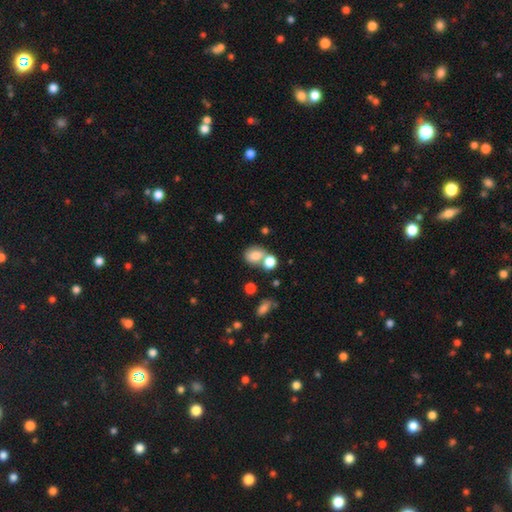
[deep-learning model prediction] smooth_or_featured: smooth (p=0.79) [alt: featured or disk p=0.11]
how_rounded: in between (p=0.53) [alt: round p=0.45]
merging: none (p=0.41) [tied with: merger p=0.41]